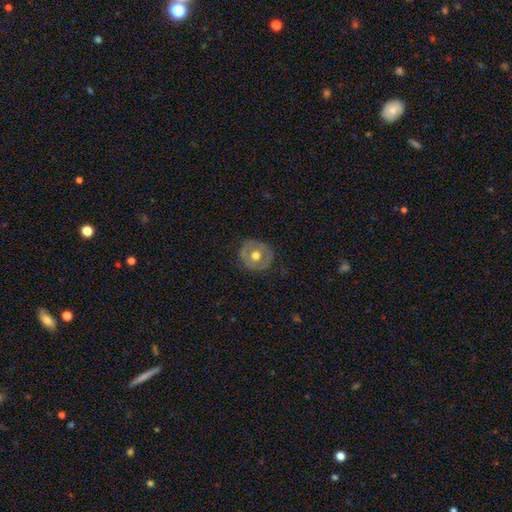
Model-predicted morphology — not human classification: smooth_or_featured: featured or disk (p=0.48) [alt: smooth p=0.45]
merging: none (p=0.84) [alt: minor disturbance p=0.12]